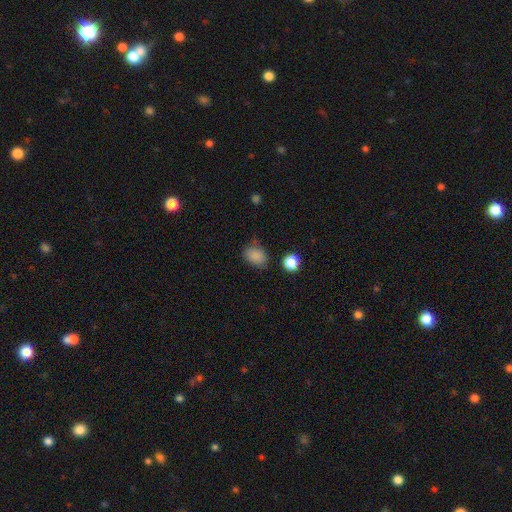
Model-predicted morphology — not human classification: Q: Smooth or featured?
A: smooth (85%); runner-up: star or artifact (11%)
Q: How rounded?
A: in between (71%); runner-up: round (28%)
Q: Merging?
A: none (70%); runner-up: minor disturbance (22%)